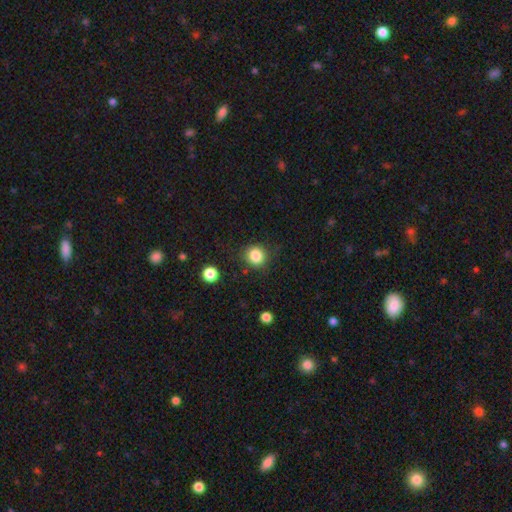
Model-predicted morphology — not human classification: Q: Smooth or featured?
A: smooth (84%); runner-up: star or artifact (11%)
Q: How rounded?
A: round (88%); runner-up: in between (11%)
Q: Merging?
A: none (84%); runner-up: minor disturbance (10%)